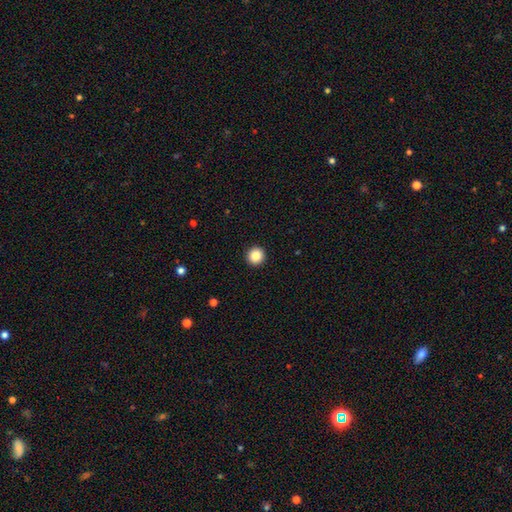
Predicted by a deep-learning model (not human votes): Smooth or featured? smooth (87%)
How rounded? round (95%)
Merging? none (93%)